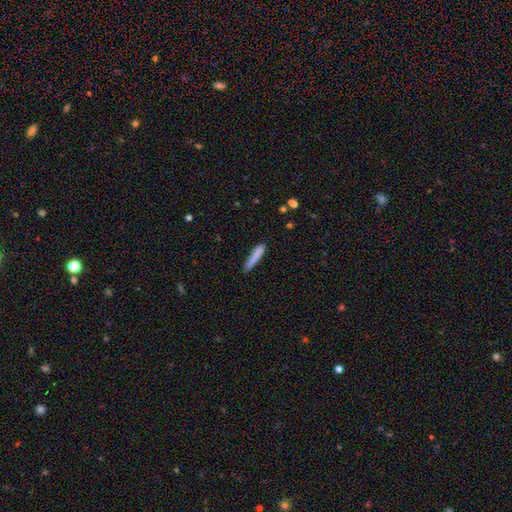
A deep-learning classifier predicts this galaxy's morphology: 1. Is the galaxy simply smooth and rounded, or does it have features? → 82% smooth, 11% featured or disk, 7% star or artifact.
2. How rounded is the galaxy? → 92% cigar-shaped, 7% in between, 1% round.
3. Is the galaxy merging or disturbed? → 81% none, 15% minor disturbance, 3% major disturbance, 2% merger.